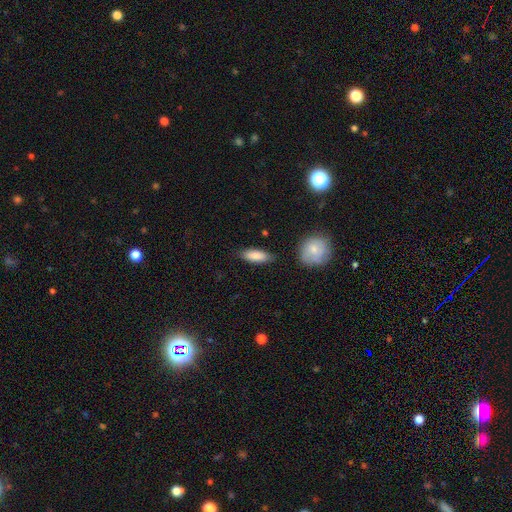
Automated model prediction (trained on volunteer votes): smooth-or-featured: smooth: 86% | featured or disk: 8% | star or artifact: 6%
  how-rounded: in between: 66% | cigar-shaped: 32% | round: 2%
  merging: none: 83% | minor disturbance: 12% | major disturbance: 3% | merger: 3%